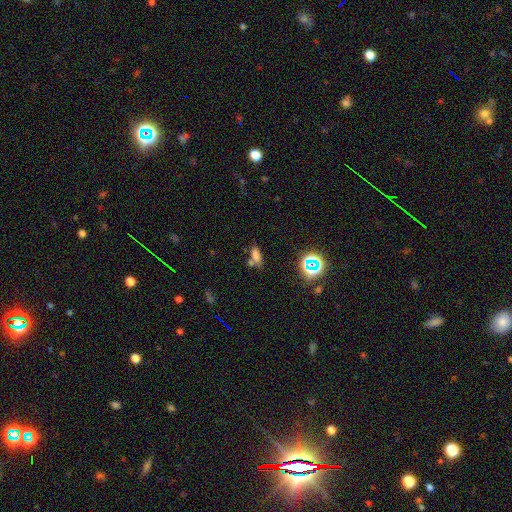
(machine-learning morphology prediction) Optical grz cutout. It shows a smooth galaxy with no disk features (66%) that is in between round and cigar-shaped (75%). Merging: none (53%).